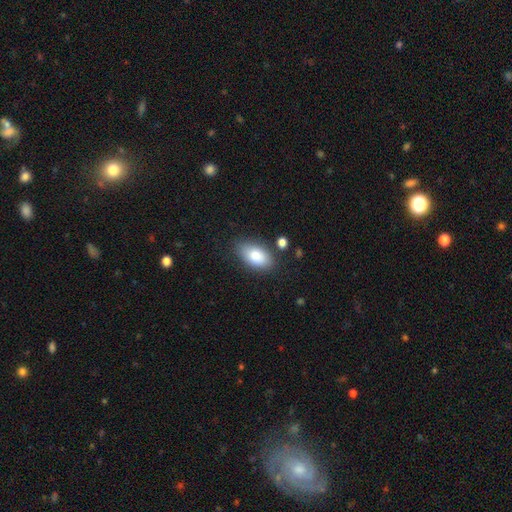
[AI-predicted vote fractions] smooth 82%, featured or disk 11%, star or artifact 7%. Down the decision tree: how rounded — in between (93%); merging — none (79%).